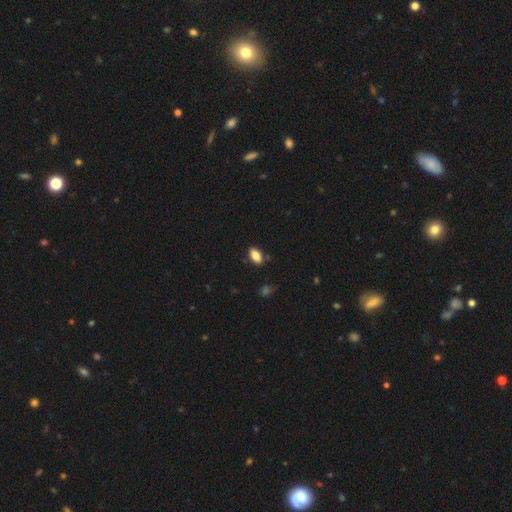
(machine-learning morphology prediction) This appears to be a smooth galaxy with no disk features (85%) that is in between round and cigar-shaped (92%). Merging: none (83%).